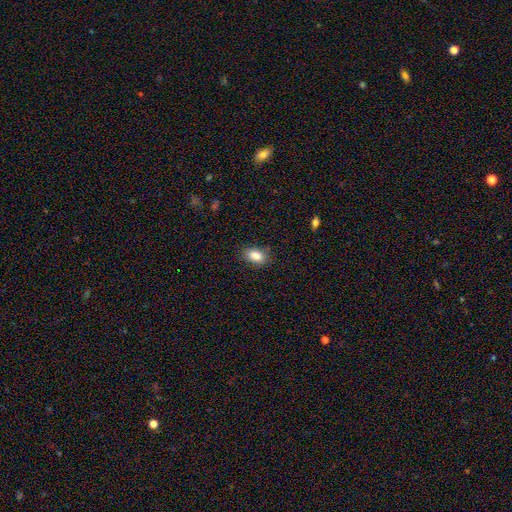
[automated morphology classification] A smooth galaxy with no disk features (86%) that is in between round and cigar-shaped (88%).

Vote fractions:
- Smooth or featured? smooth: 86% / star or artifact: 8% / featured or disk: 6%
- How rounded? in between: 88% / round: 10% / cigar-shaped: 2%
- Merging? none: 85% / minor disturbance: 11% / major disturbance: 3% / merger: 1%